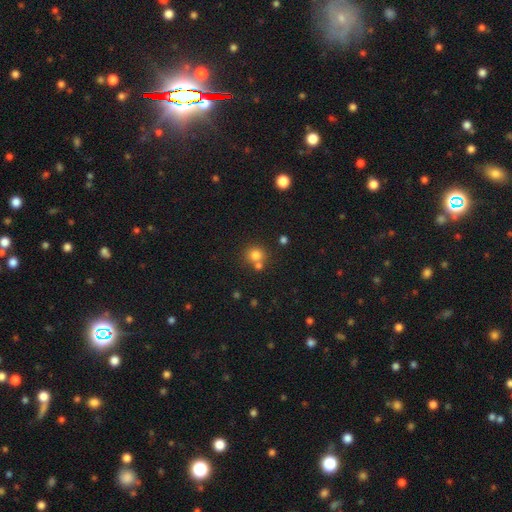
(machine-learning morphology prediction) Q: Smooth or featured?
A: smooth (78%); runner-up: star or artifact (14%)
Q: How rounded?
A: round (87%); runner-up: in between (12%)
Q: Merging?
A: none (62%); runner-up: merger (27%)